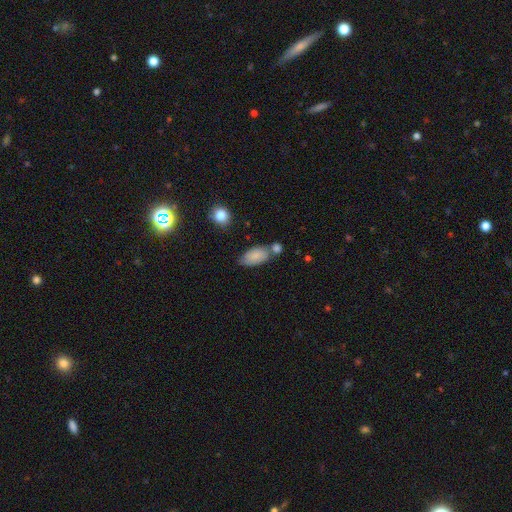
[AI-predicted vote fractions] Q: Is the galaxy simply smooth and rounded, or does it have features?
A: smooth — 84%.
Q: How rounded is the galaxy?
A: in between — 92%.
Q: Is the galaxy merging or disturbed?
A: none — 52%.